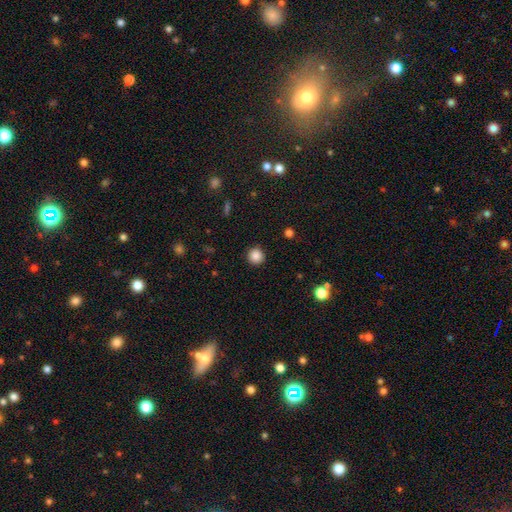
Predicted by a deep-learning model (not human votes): Overall: smooth (86%). How rounded: round (95%). Merging: none (92%).